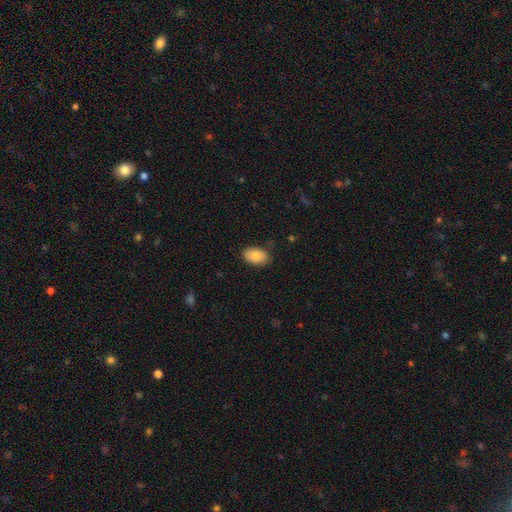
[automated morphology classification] type=smooth (85%); roundness=in between (90%); merging=none (83%).